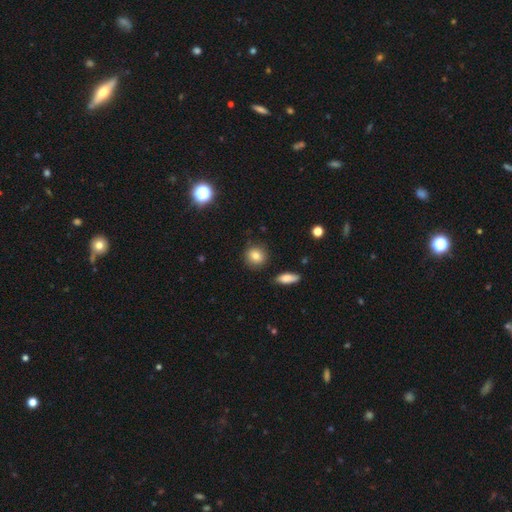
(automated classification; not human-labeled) Q: Smooth or featured?
A: smooth (82%); runner-up: star or artifact (10%)
Q: How rounded?
A: round (85%); runner-up: in between (13%)
Q: Merging?
A: none (87%); runner-up: minor disturbance (9%)